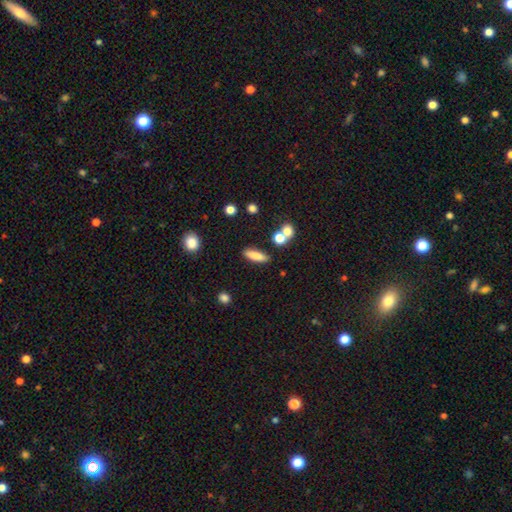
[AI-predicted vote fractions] smooth_or_featured: smooth (p=0.78) [alt: featured or disk p=0.13]
how_rounded: cigar-shaped (p=0.60) [alt: in between p=0.36]
merging: none (p=0.80) [alt: minor disturbance p=0.10]